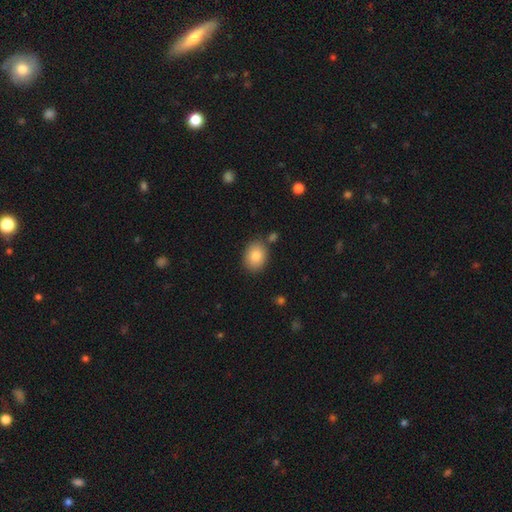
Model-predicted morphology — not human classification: Q: Smooth or featured?
A: smooth (84%); runner-up: star or artifact (8%)
Q: How rounded?
A: in between (62%); runner-up: round (37%)
Q: Merging?
A: none (82%); runner-up: minor disturbance (11%)